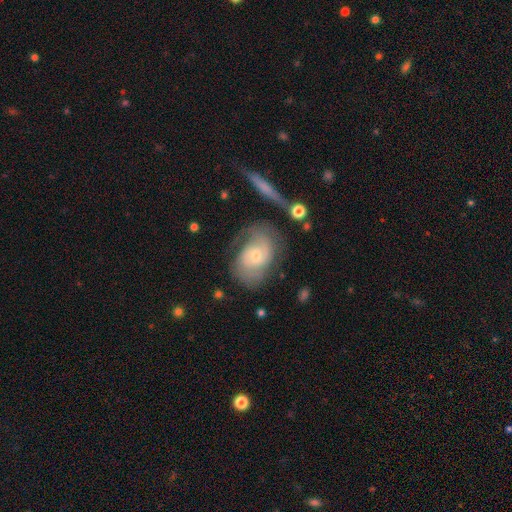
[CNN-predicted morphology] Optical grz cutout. It shows a featured or disk galaxy (72%) with no bar (58%), 2 (63%) medium (42%) spiral arms (90%) and a small central bulge (58%). Merging: none (57%).